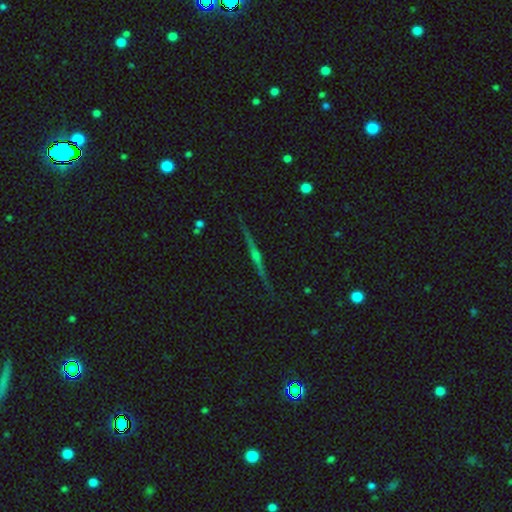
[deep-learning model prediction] Smooth or featured? Predicted: featured or disk (p=0.77). Edge-on disk? Predicted: yes (p=0.97). Edge-on bulge? Predicted: rounded (p=0.81). Merging? Predicted: none (p=0.89).